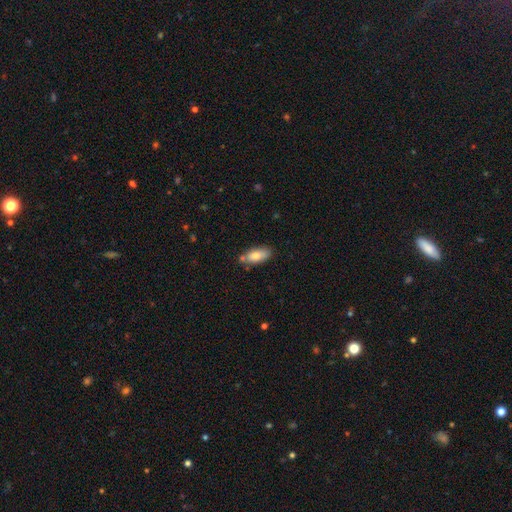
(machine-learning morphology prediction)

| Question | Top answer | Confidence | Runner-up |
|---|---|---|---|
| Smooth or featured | smooth | 77% | featured or disk (16%) |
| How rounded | in between | 86% | cigar-shaped (11%) |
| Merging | none | 71% | minor disturbance (17%) |